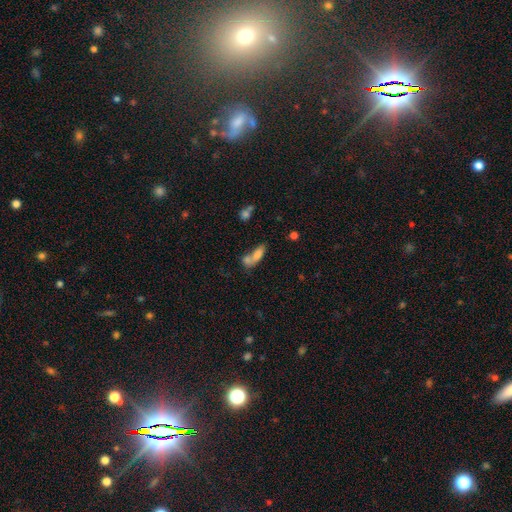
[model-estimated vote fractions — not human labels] The model was most divided on "merging": merger: 55%, none: 27%, minor disturbance: 11%, major disturbance: 7%. More confident: smooth or featured — smooth (74%); how rounded — in between (69%).